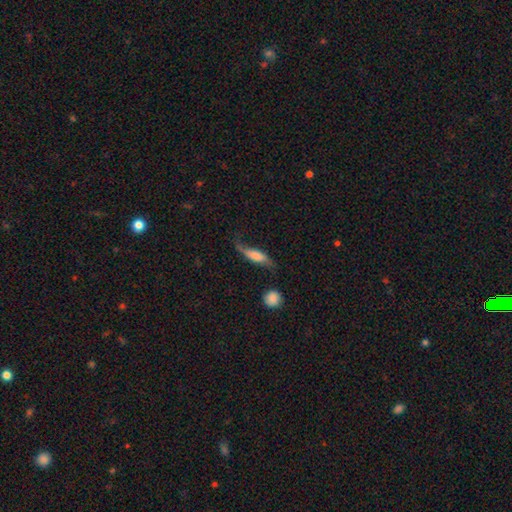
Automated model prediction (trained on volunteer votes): This is possibly a featured or disk galaxy (46%). Merging: possibly none (47%).